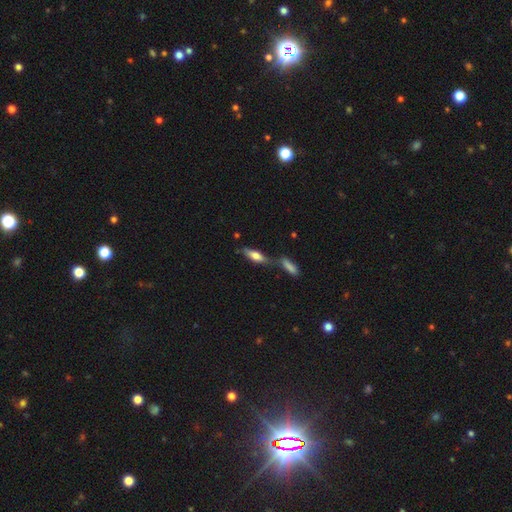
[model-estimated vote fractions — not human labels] Smooth or featured? Predicted: smooth (p=0.63). How rounded? Predicted: cigar-shaped (p=0.52). Merging? Predicted: none (p=0.47).